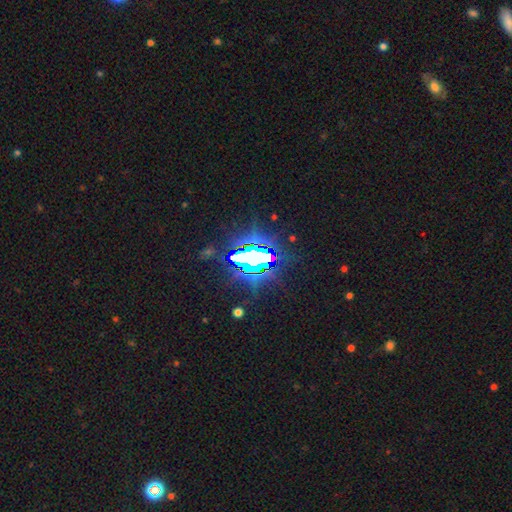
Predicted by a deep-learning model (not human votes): smooth_or_featured: star or artifact (p=0.82) [alt: smooth p=0.10]